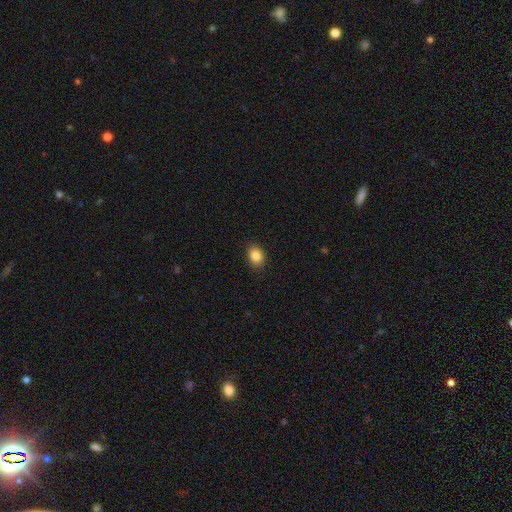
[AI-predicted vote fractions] Q: Smooth or featured?
A: smooth (87%); runner-up: star or artifact (9%)
Q: How rounded?
A: in between (70%); runner-up: round (29%)
Q: Merging?
A: none (88%); runner-up: minor disturbance (9%)